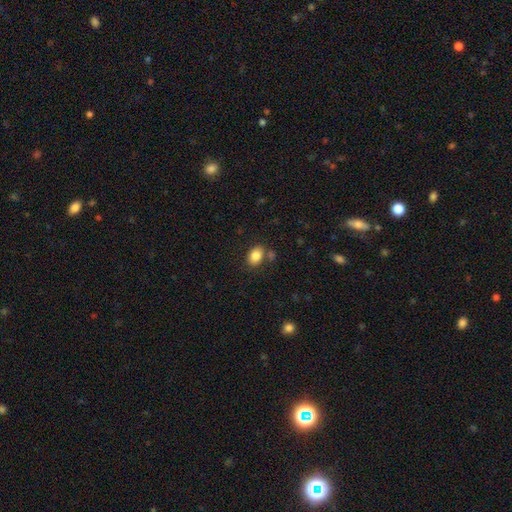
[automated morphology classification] smooth 85%, star or artifact 9%, featured or disk 6%. Down the decision tree: how rounded — in between (76%); merging — none (71%).